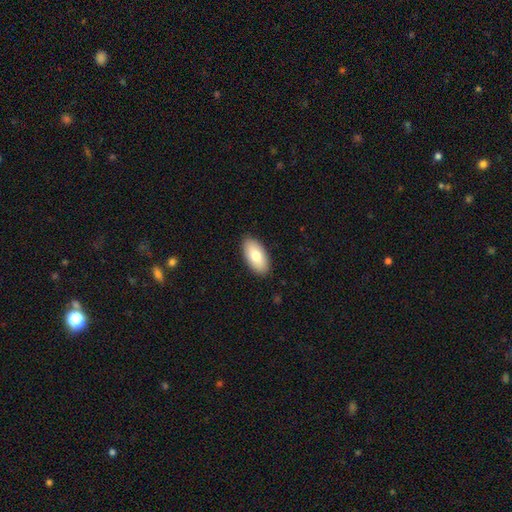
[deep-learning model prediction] smooth 77%, featured or disk 17%, star or artifact 6%. Down the decision tree: how rounded — in between (95%); merging — none (89%).